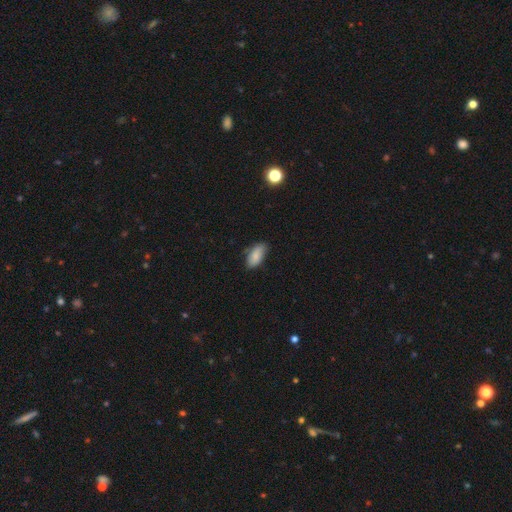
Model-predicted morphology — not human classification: The model was most divided on "merging": none: 71%, minor disturbance: 23%, major disturbance: 4%, merger: 2%. More confident: how rounded — in between (92%); smooth or featured — smooth (84%).